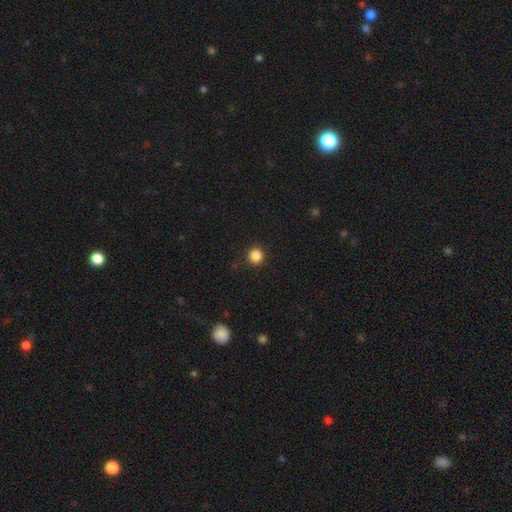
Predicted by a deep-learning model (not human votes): Smooth or featured?
  - smooth: 85% *
  - star or artifact: 11%
  - featured or disk: 3%
How rounded?
  - round: 92% *
  - in between: 7%
  - cigar-shaped: 1%
Merging?
  - none: 90% *
  - minor disturbance: 7%
  - major disturbance: 2%
  - merger: 1%